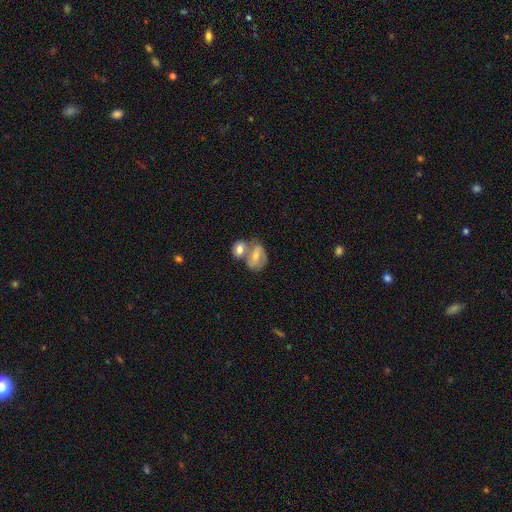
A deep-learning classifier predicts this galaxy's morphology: smooth_or_featured: featured or disk (p=0.49) [alt: smooth p=0.43]
merging: merger (p=0.59) [alt: none p=0.24]